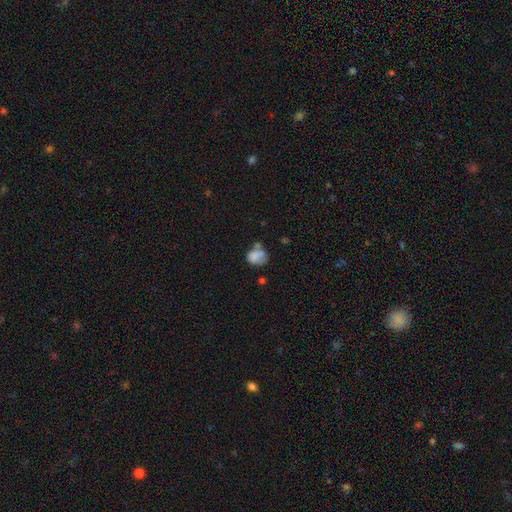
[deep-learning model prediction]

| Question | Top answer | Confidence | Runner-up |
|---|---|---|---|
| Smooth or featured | smooth | 72% | featured or disk (18%) |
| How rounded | in between | 49% | tied: round (49%) |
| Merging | none | 38% | minor disturbance (26%) |